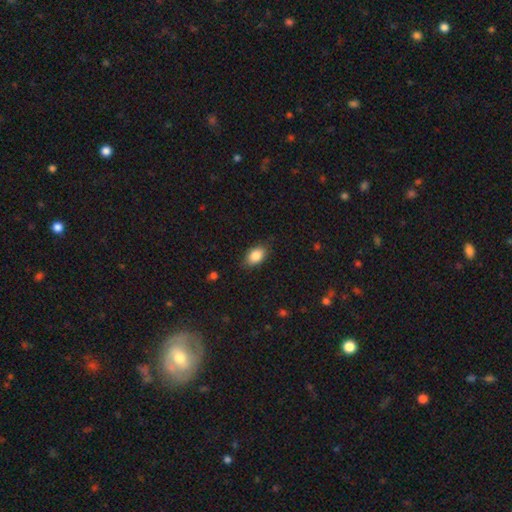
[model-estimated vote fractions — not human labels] The model was most divided on "merging": none: 84%, minor disturbance: 12%, major disturbance: 3%, merger: 1%. More confident: how rounded — in between (87%); smooth or featured — smooth (86%).